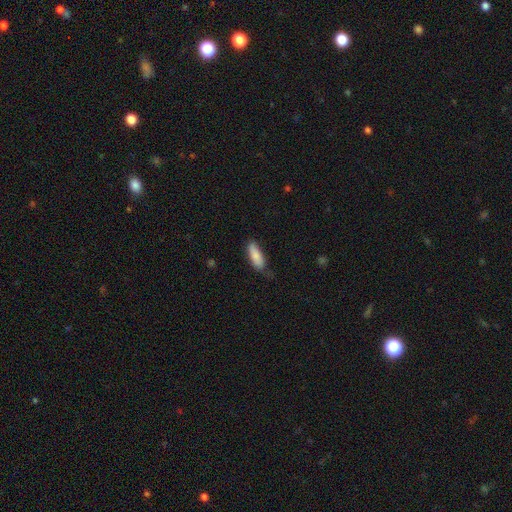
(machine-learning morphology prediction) Smooth or featured? smooth (84%)
How rounded? in between (67%)
Merging? none (63%)